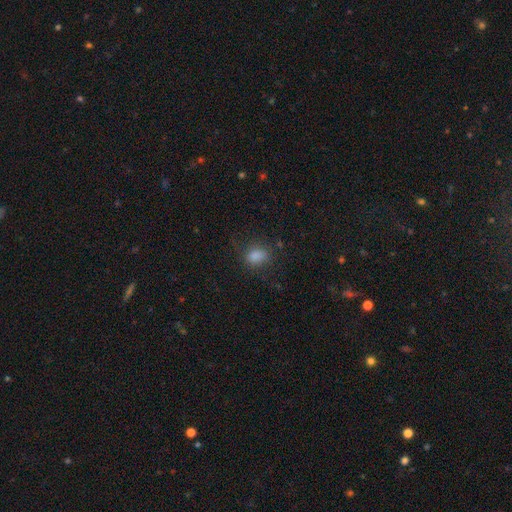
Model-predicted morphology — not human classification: The model was most divided on "how rounded": in between: 58%, round: 40%, cigar-shaped: 2%. More confident: smooth or featured — smooth (78%); merging — none (73%).